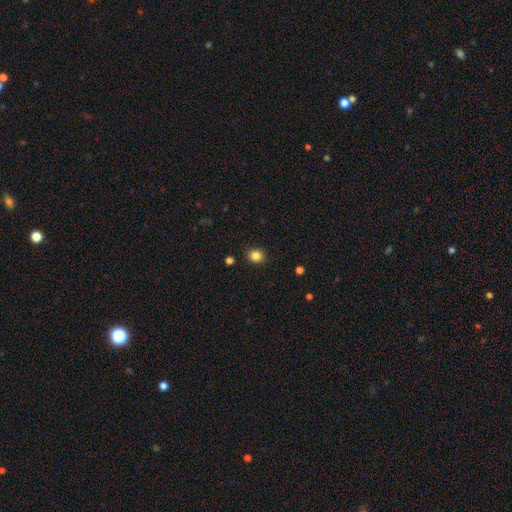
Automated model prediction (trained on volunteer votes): smooth 84%, star or artifact 12%, featured or disk 4%. Down the decision tree: how rounded — round (77%); merging — none (89%).